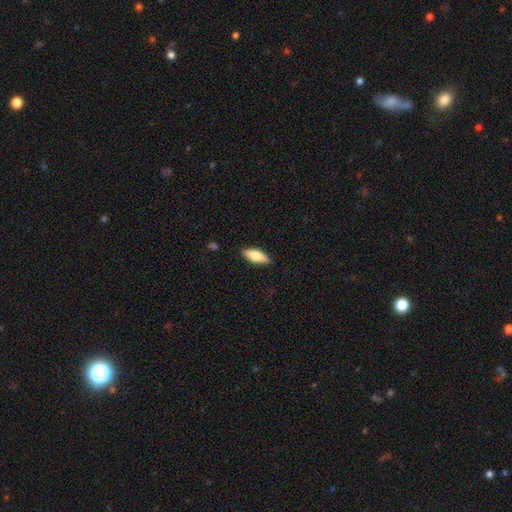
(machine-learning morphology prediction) This appears to be a smooth galaxy with no disk features (74%) that is in between round and cigar-shaped (66%). Merging: none (87%).